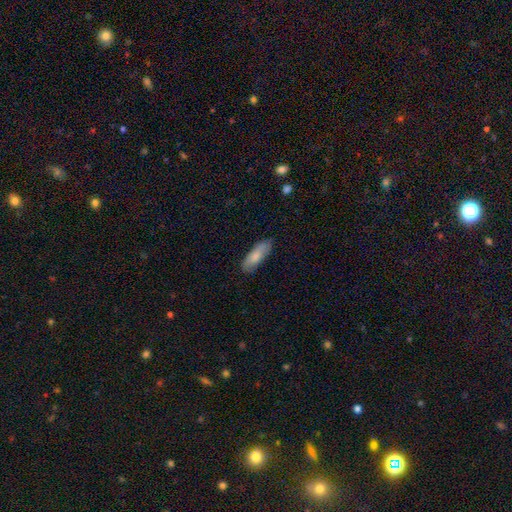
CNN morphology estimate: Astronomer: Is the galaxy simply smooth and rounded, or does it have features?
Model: smooth — 80%.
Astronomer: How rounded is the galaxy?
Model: in between — 61% (runner-up: cigar-shaped, 37%).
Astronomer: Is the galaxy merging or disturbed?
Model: none — 80%.